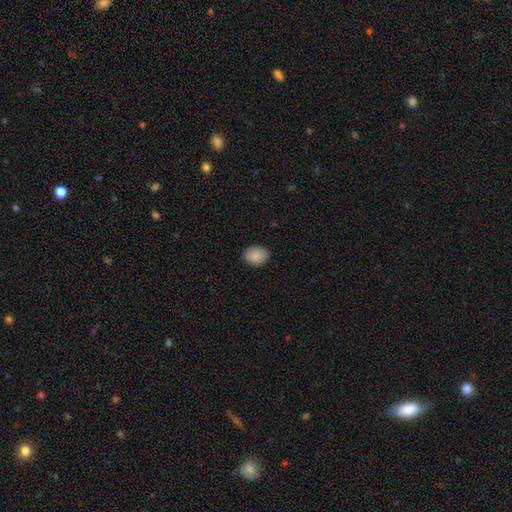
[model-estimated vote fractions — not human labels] Smooth or featured? smooth (87%)
How rounded? in between (55%)
Merging? none (85%)